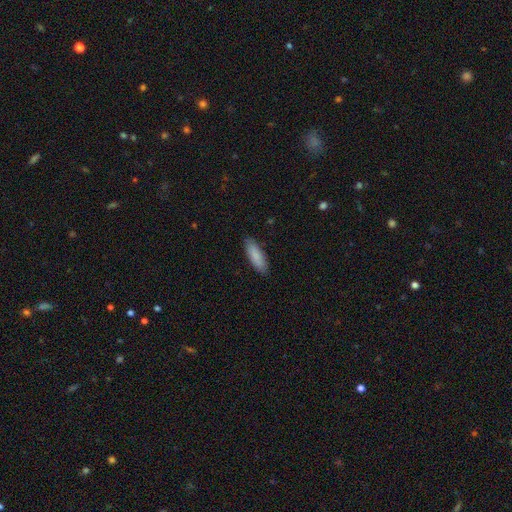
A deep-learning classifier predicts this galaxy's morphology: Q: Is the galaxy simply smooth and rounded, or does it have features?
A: smooth — 87%.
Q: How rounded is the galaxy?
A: in between — 55%.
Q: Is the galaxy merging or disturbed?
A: none — 87%.